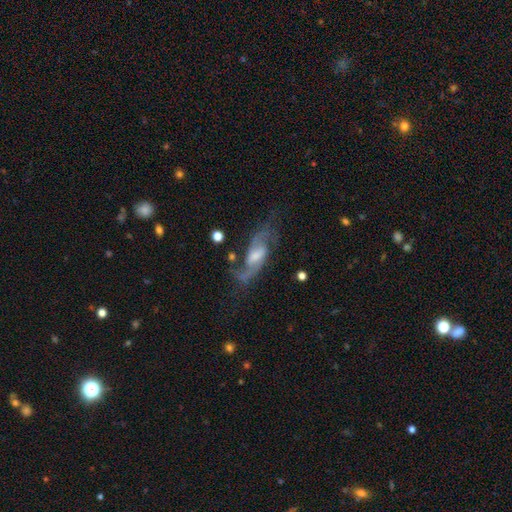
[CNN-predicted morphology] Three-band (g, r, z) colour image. It shows a featured or disk galaxy (83%) with a weak bar (53%), 2 (85%) medium (46%) spiral arms (95%) and a moderate central bulge (41%). Merging: none (61%).